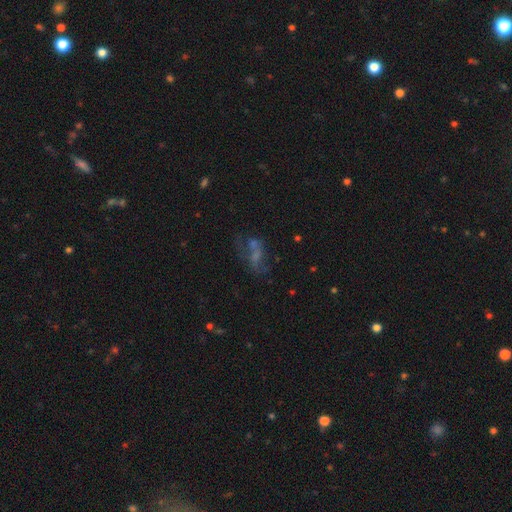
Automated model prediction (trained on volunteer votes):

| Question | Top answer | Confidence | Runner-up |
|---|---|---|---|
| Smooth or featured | featured or disk | 40% | smooth (32%) |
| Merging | none | 35% | major disturbance (27%) |